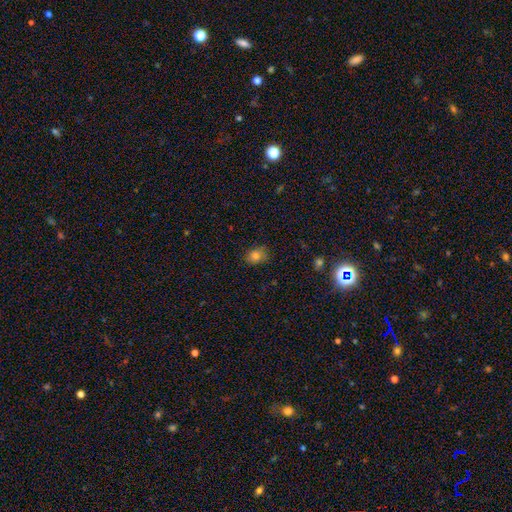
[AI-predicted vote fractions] Smooth or featured: smooth — 80% (star or artifact — 12%)
How rounded: in between — 58% (round — 41%)
Merging: none — 80% (minor disturbance — 16%)